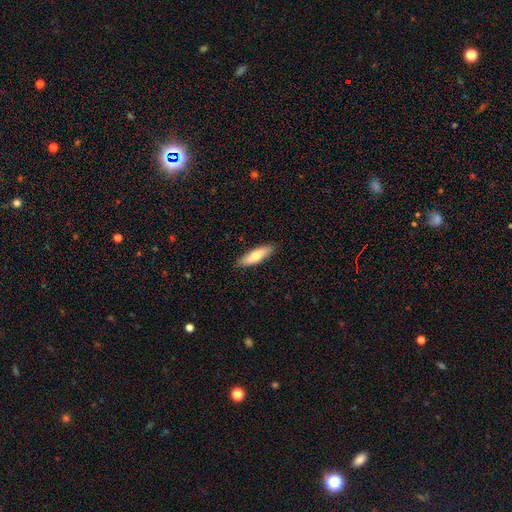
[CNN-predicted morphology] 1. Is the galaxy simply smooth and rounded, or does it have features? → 72% smooth, 23% featured or disk, 5% star or artifact.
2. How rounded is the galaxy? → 50% cigar-shaped, 48% in between, 2% round.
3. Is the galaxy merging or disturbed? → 89% none, 9% minor disturbance, 2% major disturbance, 1% merger.